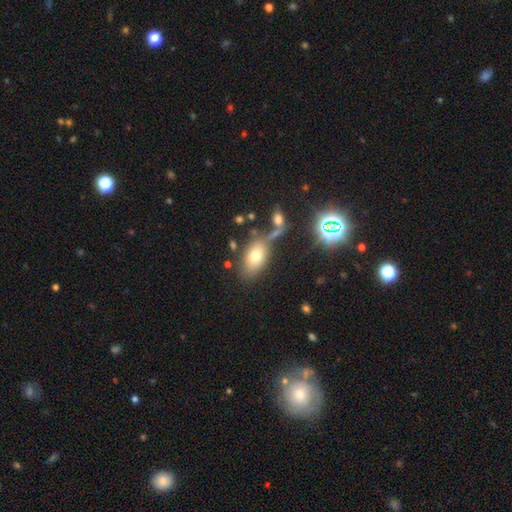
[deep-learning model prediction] Smooth or featured: smooth — 71% (featured or disk — 17%)
How rounded: in between — 89% (round — 8%)
Merging: none — 62% (merger — 16%)